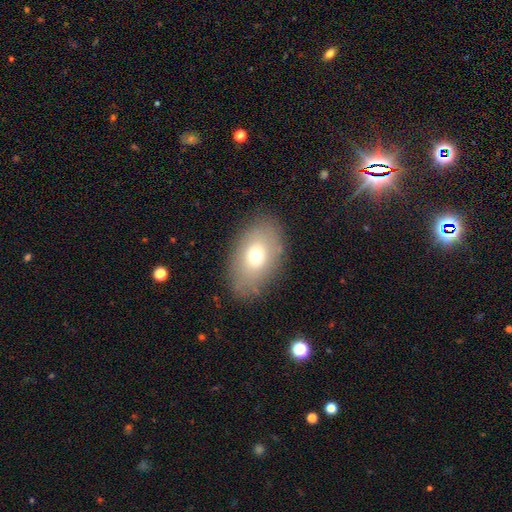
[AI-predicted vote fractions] A smooth galaxy with no disk features (68%) that is in between round and cigar-shaped (87%). Merging: none (84%).